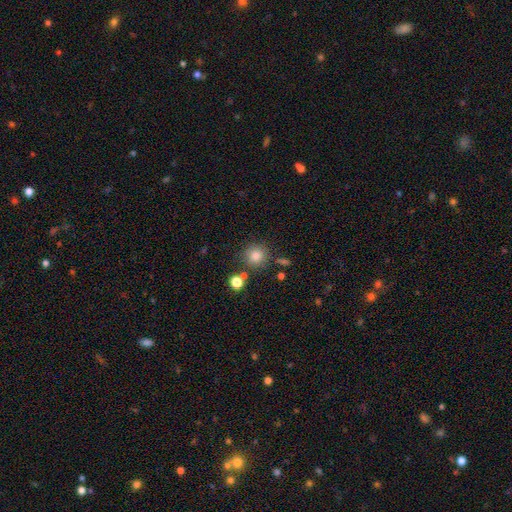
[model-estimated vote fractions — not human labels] smooth 82%, star or artifact 11%, featured or disk 6%. Down the decision tree: how rounded — round (91%); merging — none (79%).